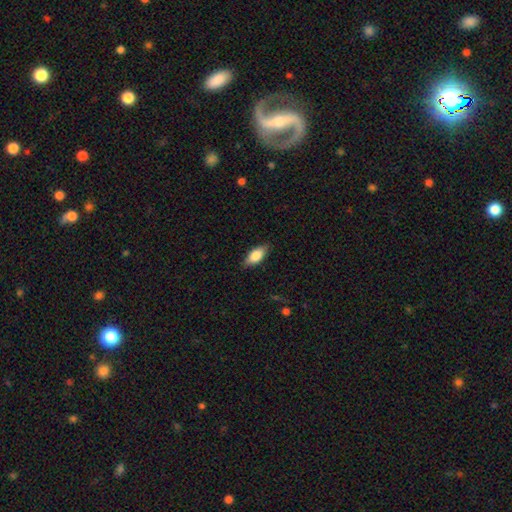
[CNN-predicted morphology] smooth-or-featured: smooth: 81% | featured or disk: 13% | star or artifact: 7%
  how-rounded: in between: 86% | cigar-shaped: 11% | round: 3%
  merging: none: 84% | minor disturbance: 13% | major disturbance: 3% | merger: 1%